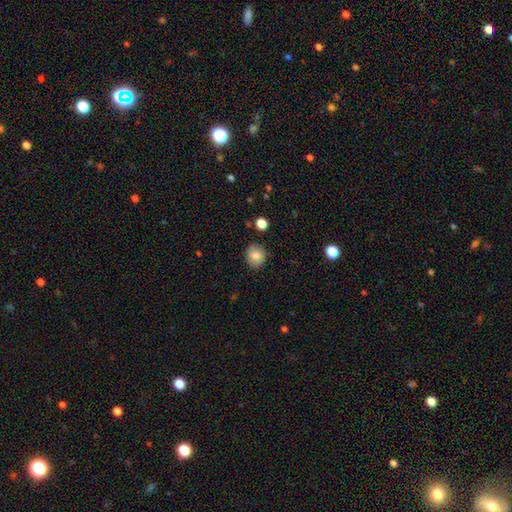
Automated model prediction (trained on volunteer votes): A smooth galaxy with no disk features (83%) that is round (74%).

Vote fractions:
- Smooth or featured? smooth: 83% / star or artifact: 9% / featured or disk: 8%
- How rounded? round: 74% / in between: 25% / cigar-shaped: 1%
- Merging? none: 87% / minor disturbance: 9% / major disturbance: 2% / merger: 2%